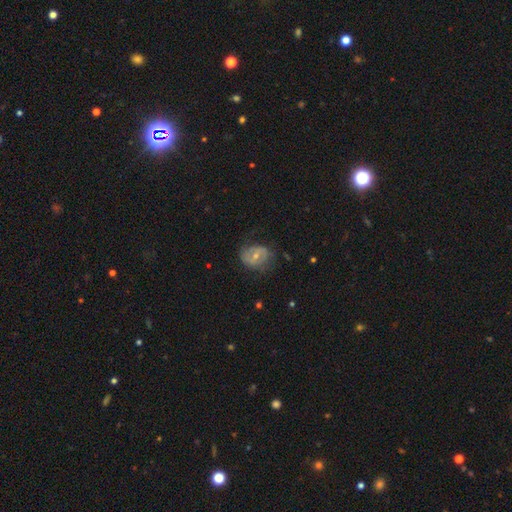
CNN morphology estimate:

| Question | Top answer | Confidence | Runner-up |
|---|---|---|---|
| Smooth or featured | featured or disk | 57% | smooth (36%) |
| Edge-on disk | no | 96% | yes (4%) |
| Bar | weak | 45% | no (32%) |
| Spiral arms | yes | 53% | no (47%) |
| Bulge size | moderate | 51% | small (45%) |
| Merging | none | 60% | minor disturbance (26%) |